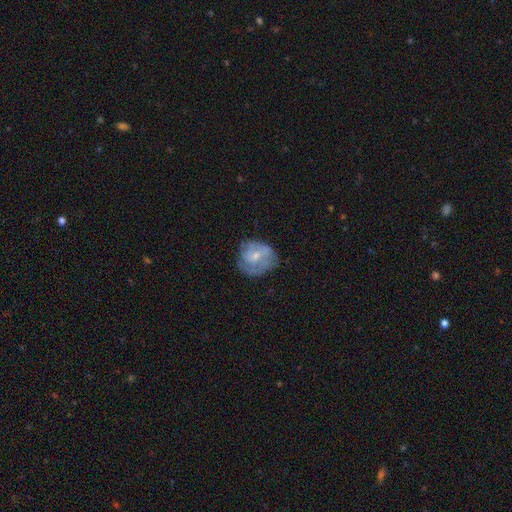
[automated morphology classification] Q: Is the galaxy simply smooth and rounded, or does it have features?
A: featured or disk — 59%.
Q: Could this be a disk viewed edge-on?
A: no — 97%.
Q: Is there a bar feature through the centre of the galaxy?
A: no — 62%.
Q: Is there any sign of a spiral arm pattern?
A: yes — 66%.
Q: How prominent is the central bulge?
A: small — 51%.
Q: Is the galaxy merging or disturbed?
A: none — 62%.